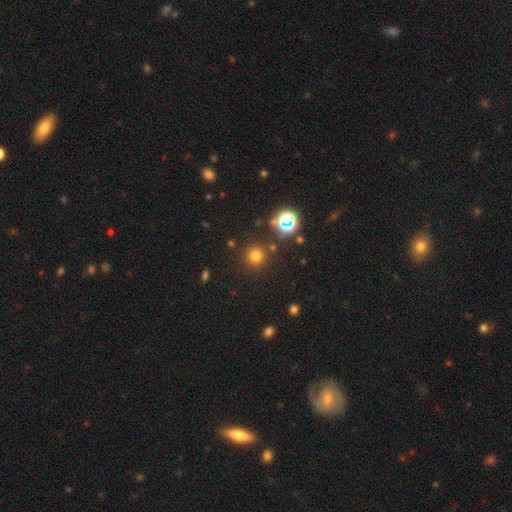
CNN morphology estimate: Q: Smooth or featured?
A: smooth (70%); runner-up: star or artifact (24%)
Q: How rounded?
A: round (94%); runner-up: in between (5%)
Q: Merging?
A: none (86%); runner-up: minor disturbance (7%)